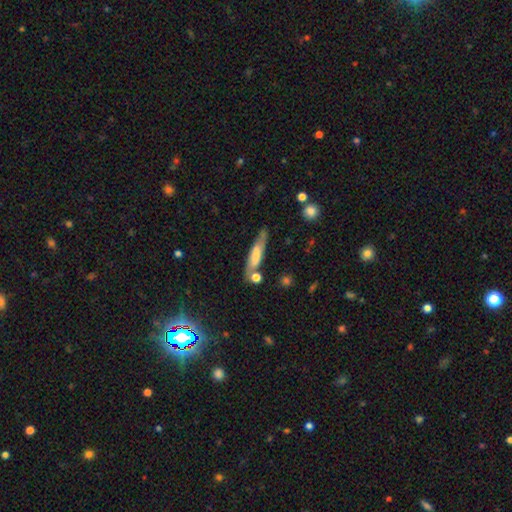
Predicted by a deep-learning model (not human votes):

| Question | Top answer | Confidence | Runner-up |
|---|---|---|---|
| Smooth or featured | smooth | 59% | featured or disk (34%) |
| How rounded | cigar-shaped | 77% | in between (21%) |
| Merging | none | 62% | minor disturbance (21%) |